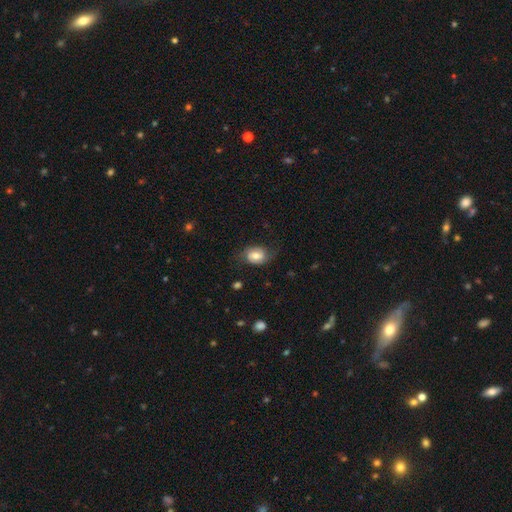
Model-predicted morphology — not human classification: Smooth or featured? smooth (62%)
How rounded? in between (68%)
Merging? none (68%)